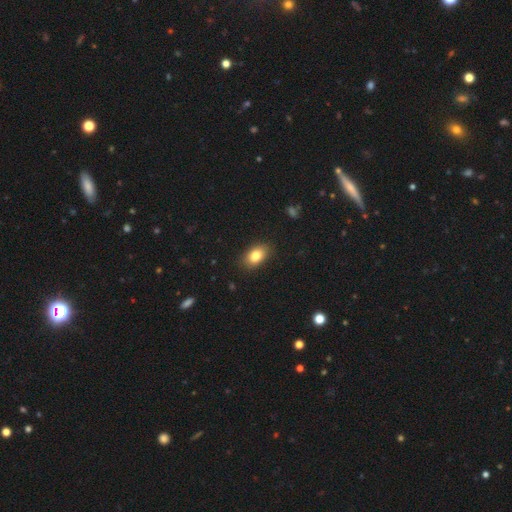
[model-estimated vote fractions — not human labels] Smooth or featured? Predicted: smooth (p=0.83). How rounded? Predicted: in between (p=0.88). Merging? Predicted: none (p=0.87).